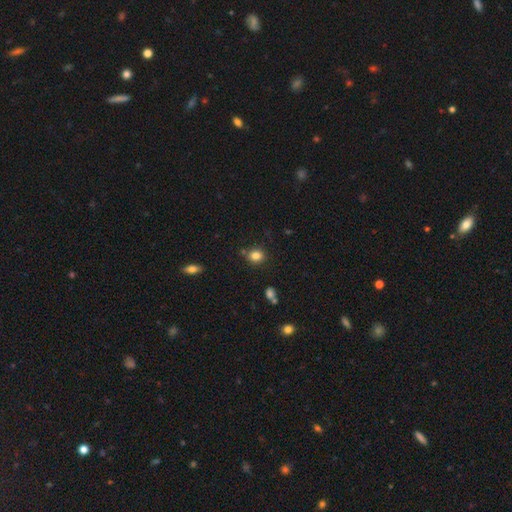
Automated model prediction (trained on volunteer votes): The model was most divided on "how rounded": round: 65%, in between: 34%, cigar-shaped: 1%. More confident: smooth or featured — smooth (83%); merging — none (80%).